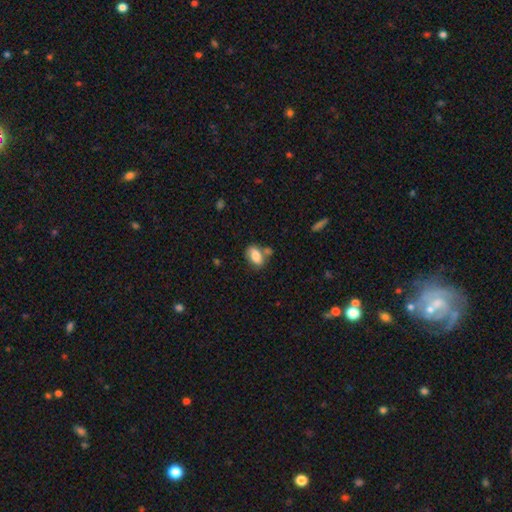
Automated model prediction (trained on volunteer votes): Q: Smooth or featured?
A: smooth (77%); runner-up: featured or disk (16%)
Q: How rounded?
A: in between (86%); runner-up: round (11%)
Q: Merging?
A: none (55%); runner-up: merger (21%)